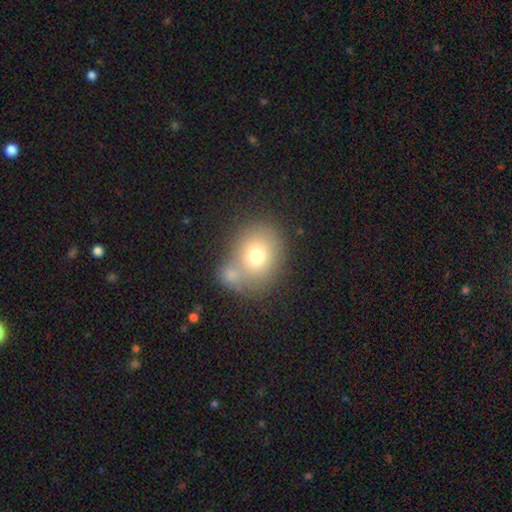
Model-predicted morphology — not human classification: Smooth or featured? Predicted: smooth (p=0.72). How rounded? Predicted: round (p=0.59). Merging? Predicted: none (p=0.48).